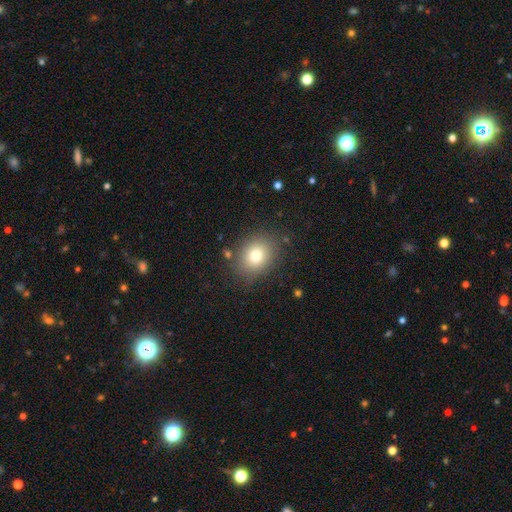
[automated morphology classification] Q: Smooth or featured?
A: smooth (77%); runner-up: star or artifact (12%)
Q: How rounded?
A: round (62%); runner-up: in between (38%)
Q: Merging?
A: none (82%); runner-up: minor disturbance (11%)